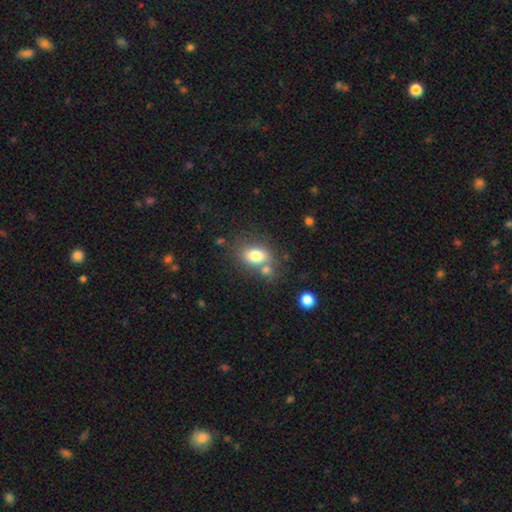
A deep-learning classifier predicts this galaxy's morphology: Smooth or featured: smooth — 78% (featured or disk — 13%)
How rounded: in between — 77% (round — 22%)
Merging: none — 53% (merger — 27%)